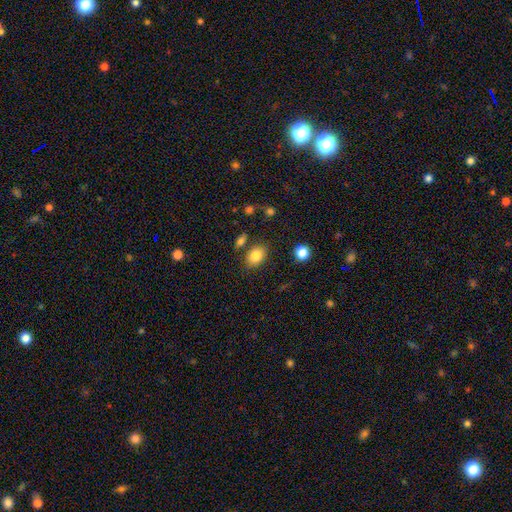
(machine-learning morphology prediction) A smooth galaxy with no disk features (83%) that is in between round and cigar-shaped (75%).

Vote fractions:
- Smooth or featured? smooth: 83% / star or artifact: 9% / featured or disk: 8%
- How rounded? in between: 75% / round: 24% / cigar-shaped: 1%
- Merging? none: 77% / minor disturbance: 12% / merger: 7% / major disturbance: 4%